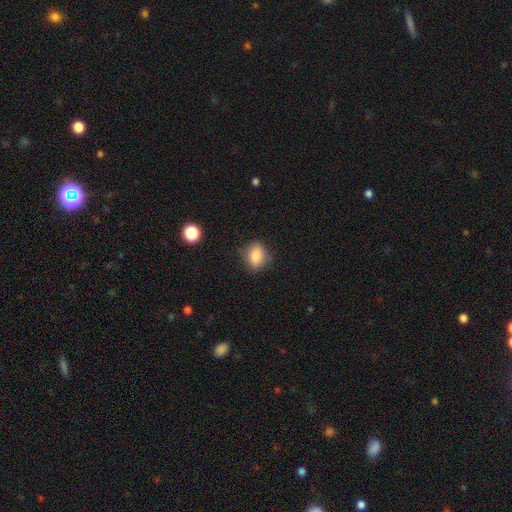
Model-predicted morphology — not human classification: A smooth galaxy with no disk features (83%) that is in between round and cigar-shaped (69%).

Vote fractions:
- Smooth or featured? smooth: 83% / star or artifact: 9% / featured or disk: 8%
- How rounded? in between: 69% / round: 28% / cigar-shaped: 3%
- Merging? none: 79% / minor disturbance: 16% / major disturbance: 4% / merger: 1%